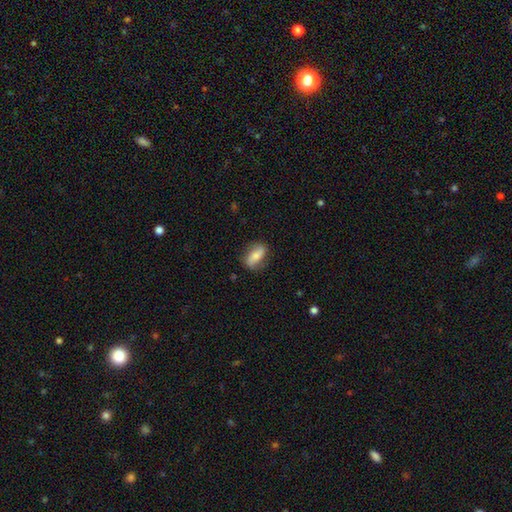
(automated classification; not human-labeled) smooth-or-featured: smooth: 61% | featured or disk: 32% | star or artifact: 7%
  how-rounded: in between: 81% | cigar-shaped: 12% | round: 8%
  merging: none: 76% | minor disturbance: 18% | major disturbance: 5% | merger: 1%